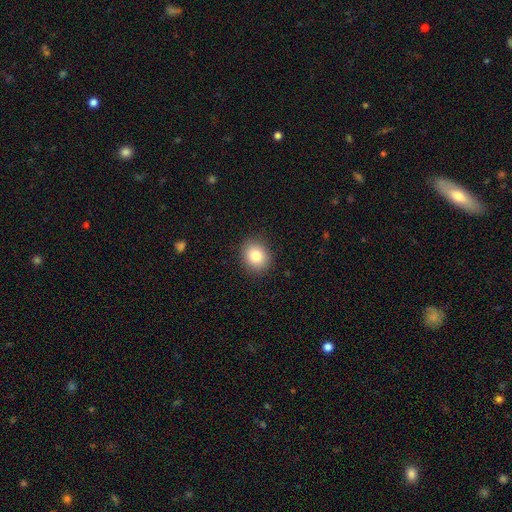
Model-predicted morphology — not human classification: smooth-or-featured: smooth: 82% | star or artifact: 10% | featured or disk: 8%
  how-rounded: round: 67% | in between: 32% | cigar-shaped: 1%
  merging: none: 89% | minor disturbance: 7% | major disturbance: 2% | merger: 1%